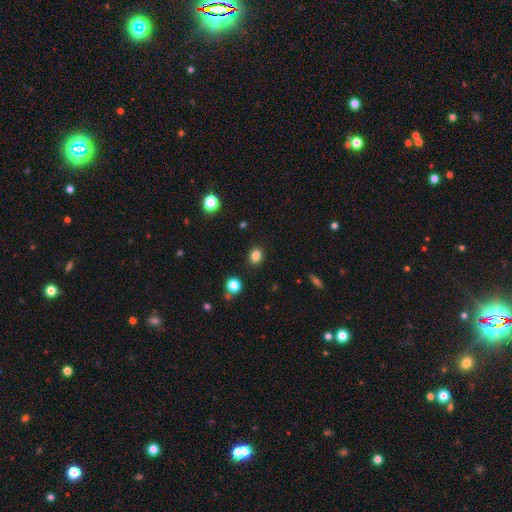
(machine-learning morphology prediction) A smooth galaxy with no disk features (83%) that is round (67%).

Vote fractions:
- Smooth or featured? smooth: 83% / star or artifact: 12% / featured or disk: 5%
- How rounded? round: 67% / in between: 32% / cigar-shaped: 1%
- Merging? none: 89% / minor disturbance: 7% / major disturbance: 2% / merger: 2%